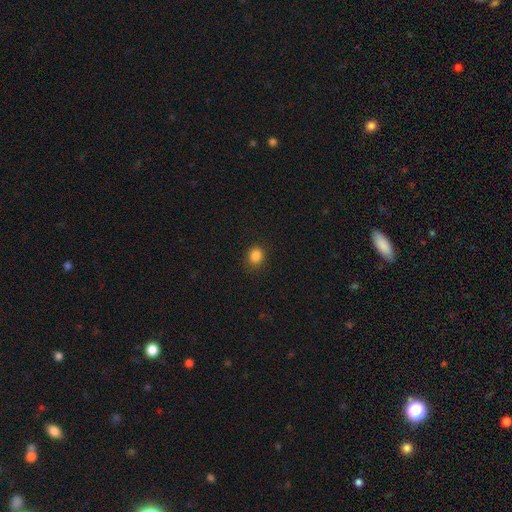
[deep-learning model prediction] Morphology: type=smooth (85%); roundness=round (77%); merging=none (89%).